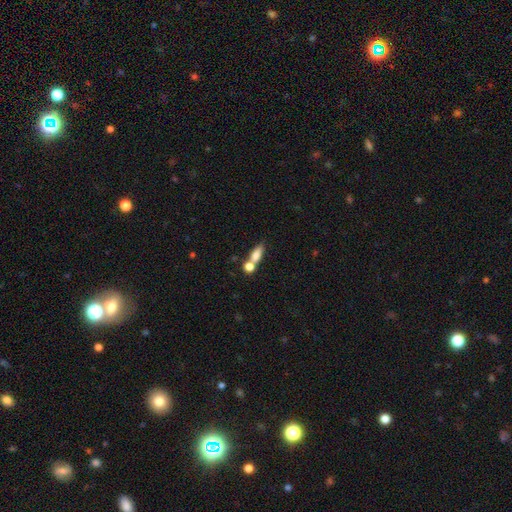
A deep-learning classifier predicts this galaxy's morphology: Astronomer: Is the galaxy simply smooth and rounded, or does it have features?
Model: smooth — 76%.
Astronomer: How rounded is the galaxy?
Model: in between — 66%.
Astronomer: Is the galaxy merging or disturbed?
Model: merger — 44% (runner-up: none, 39%).